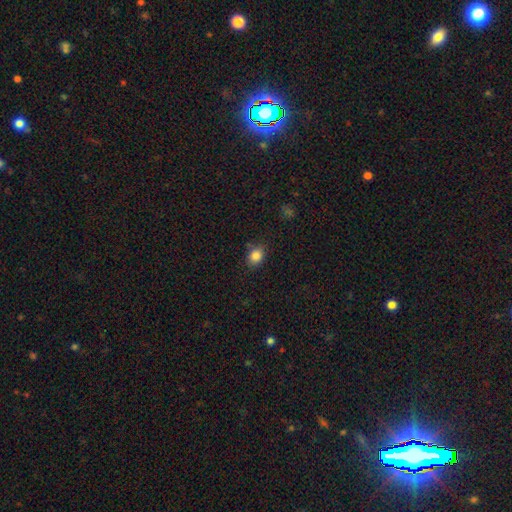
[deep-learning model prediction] This is clearly a smooth galaxy (85%). How rounded: possibly round (50%). Merging: likely none (79%).